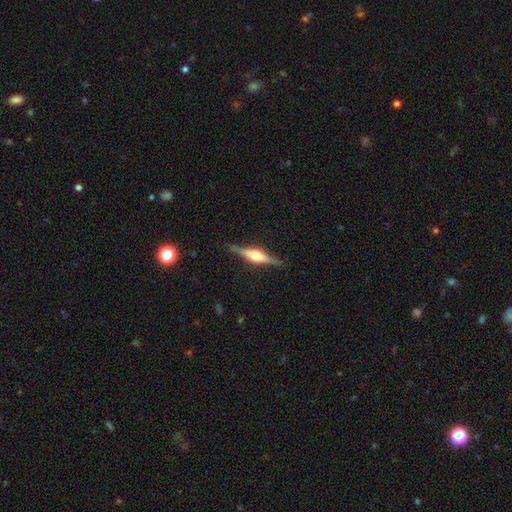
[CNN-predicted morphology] A featured or disk galaxy (80%) viewed edge-on (98%) with a rounded central bulge (76%). Merging: none (88%).